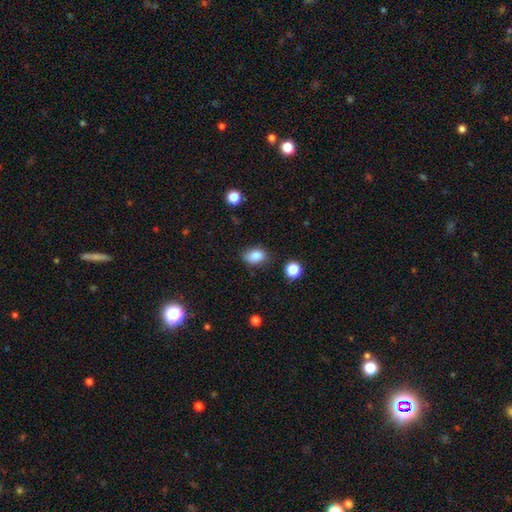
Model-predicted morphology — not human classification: smooth-or-featured: smooth: 85% | star or artifact: 10% | featured or disk: 6%
  how-rounded: in between: 79% | round: 20% | cigar-shaped: 1%
  merging: none: 73% | minor disturbance: 20% | major disturbance: 4% | merger: 3%